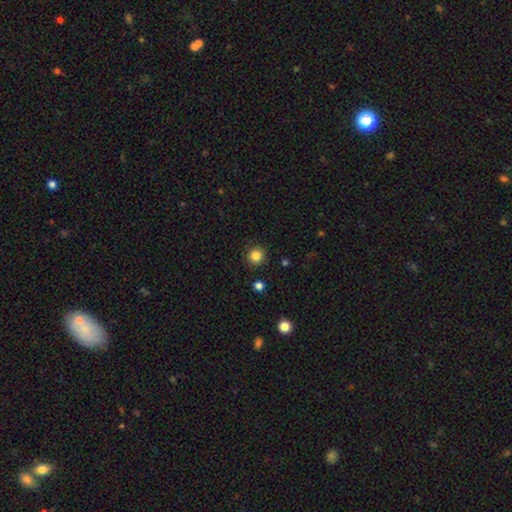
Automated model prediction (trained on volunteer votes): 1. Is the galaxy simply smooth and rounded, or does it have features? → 84% smooth, 12% star or artifact, 5% featured or disk.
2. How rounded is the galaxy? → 93% round, 6% in between, 1% cigar-shaped.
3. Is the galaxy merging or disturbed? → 91% none, 6% minor disturbance, 2% major disturbance, 1% merger.